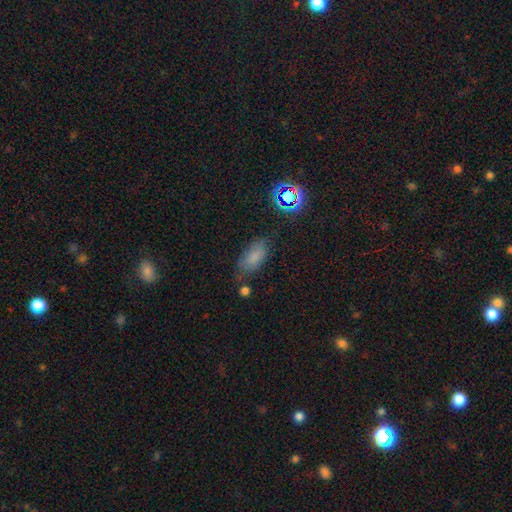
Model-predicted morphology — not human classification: This appears to be a smooth galaxy with no disk features (67%) that is in between round and cigar-shaped (85%). Merging: none (67%).